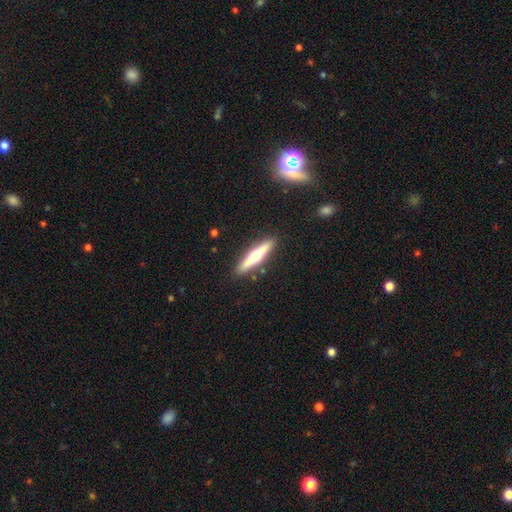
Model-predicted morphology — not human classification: Smooth or featured: featured or disk — 58% (smooth — 36%)
Edge-on disk: yes — 96% (no — 4%)
Edge-on bulge: rounded — 92% (none — 5%)
Merging: none — 90% (minor disturbance — 7%)